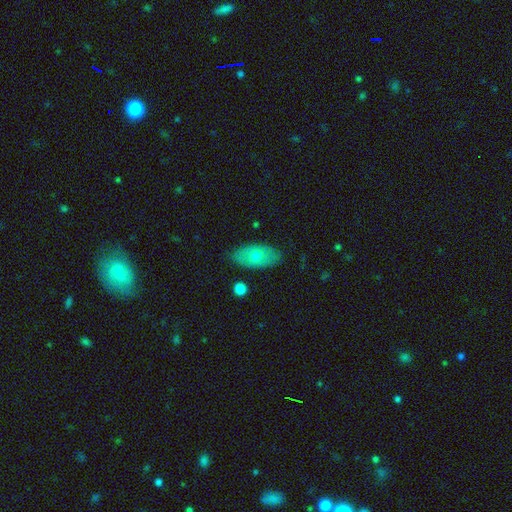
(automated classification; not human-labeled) smooth 62%, featured or disk 32%, star or artifact 6%. Down the decision tree: how rounded — in between (92%); merging — none (84%).